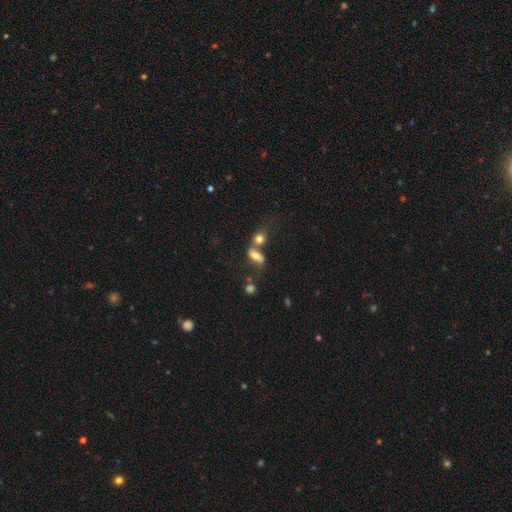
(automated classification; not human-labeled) A smooth galaxy with no disk features (61%) that is in between round and cigar-shaped (72%).

Vote fractions:
- Smooth or featured? smooth: 61% / featured or disk: 26% / star or artifact: 13%
- How rounded? in between: 72% / round: 17% / cigar-shaped: 11%
- Merging? merger: 50% / none: 30% / minor disturbance: 11% / major disturbance: 9%